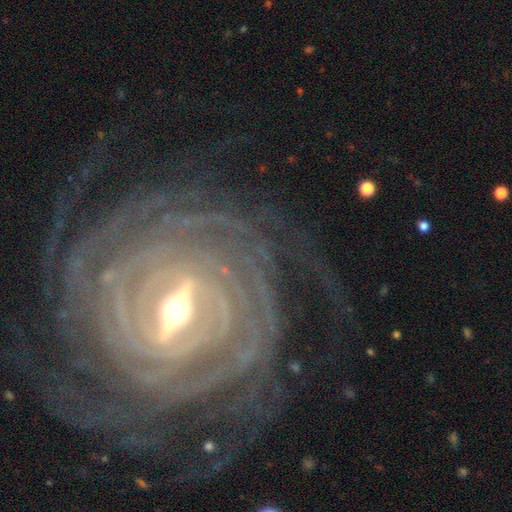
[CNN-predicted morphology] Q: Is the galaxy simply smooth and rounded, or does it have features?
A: featured or disk — 92%.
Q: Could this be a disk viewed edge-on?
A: no — 94%.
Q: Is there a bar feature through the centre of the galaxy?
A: strong — 72%.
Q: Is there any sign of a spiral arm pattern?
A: yes — 97%.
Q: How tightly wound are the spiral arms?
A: tight — 86%.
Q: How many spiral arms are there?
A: more than 4 — 33%.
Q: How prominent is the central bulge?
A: moderate — 62%.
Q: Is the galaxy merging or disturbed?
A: none — 77%.